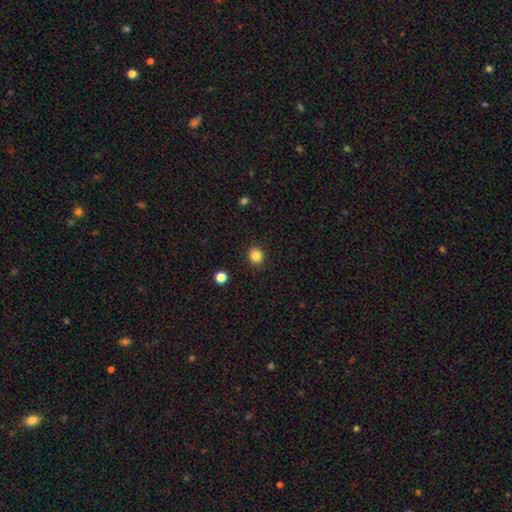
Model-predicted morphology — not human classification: The model was most divided on "how rounded": round: 85%, in between: 14%, cigar-shaped: 1%. More confident: merging — none (91%); smooth or featured — smooth (85%).